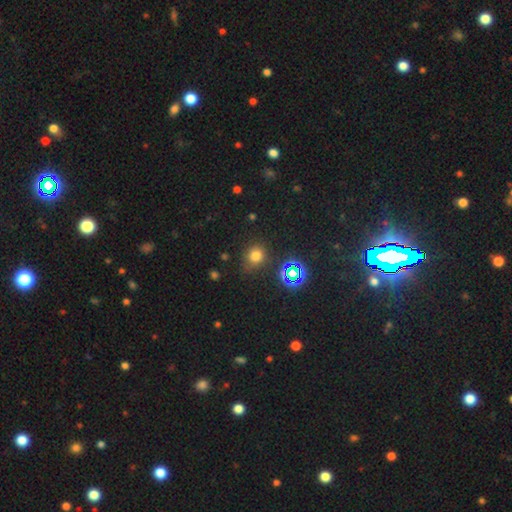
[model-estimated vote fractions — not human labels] The model was most divided on "smooth or featured": smooth: 69%, star or artifact: 24%, featured or disk: 7%. More confident: merging — none (79%); how rounded — round (77%).